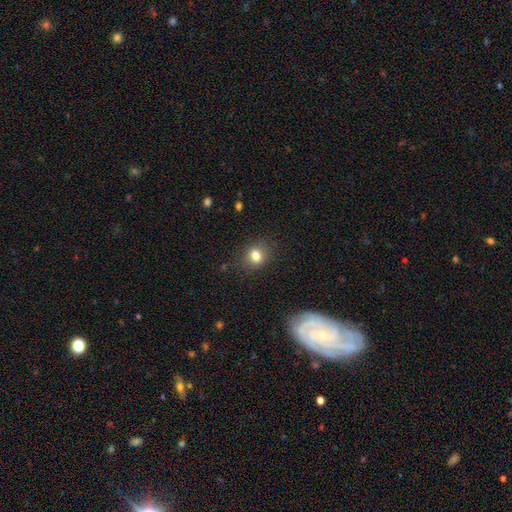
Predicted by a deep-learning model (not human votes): Smooth or featured? smooth (80%)
How rounded? round (63%)
Merging? none (83%)